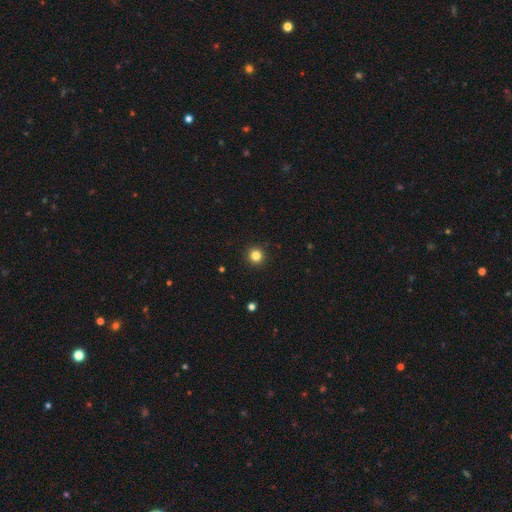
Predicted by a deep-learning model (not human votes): Smooth or featured? smooth (83%)
How rounded? round (95%)
Merging? none (93%)